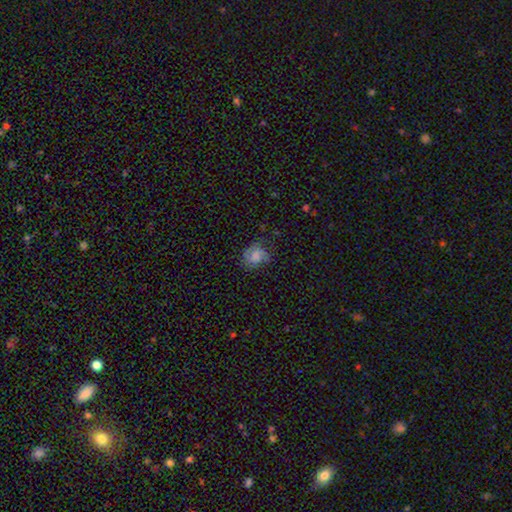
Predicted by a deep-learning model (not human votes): A smooth galaxy with no disk features (54%) that is round (57%). Merging: none (63%).